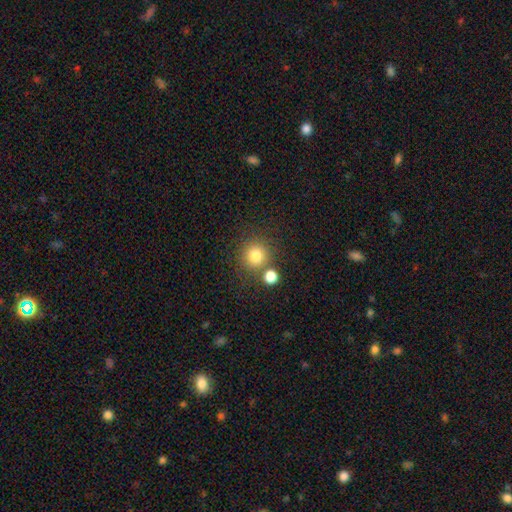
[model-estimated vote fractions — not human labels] This is clearly a smooth galaxy (81%). How rounded: clearly round (92%). Merging: likely none (73%).